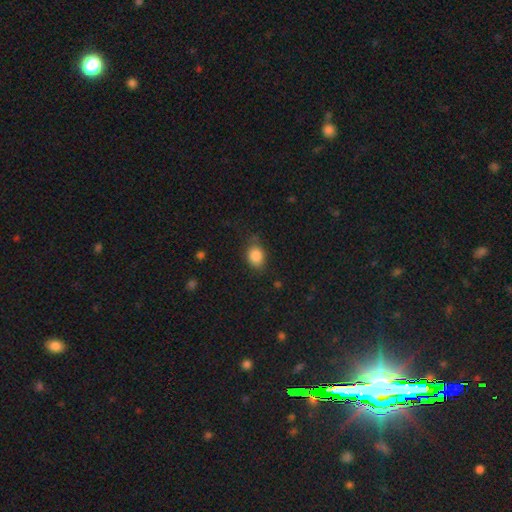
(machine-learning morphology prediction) The model was most divided on "how rounded": in between: 53%, round: 46%, cigar-shaped: 1%. More confident: smooth or featured — smooth (85%); merging — none (73%).